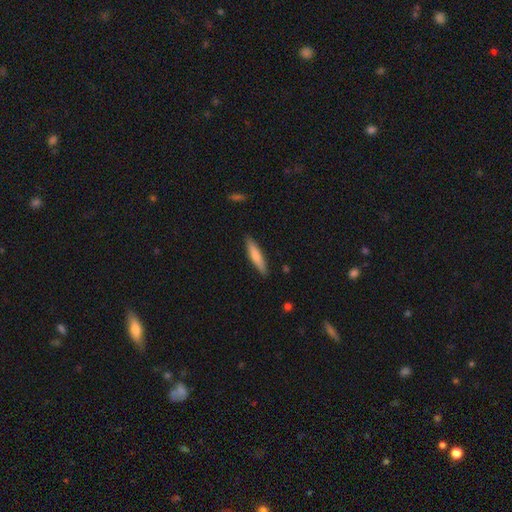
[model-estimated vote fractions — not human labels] The model was most divided on "smooth or featured": smooth: 75%, featured or disk: 20%, star or artifact: 5%. More confident: merging — none (88%); how rounded — cigar-shaped (84%).